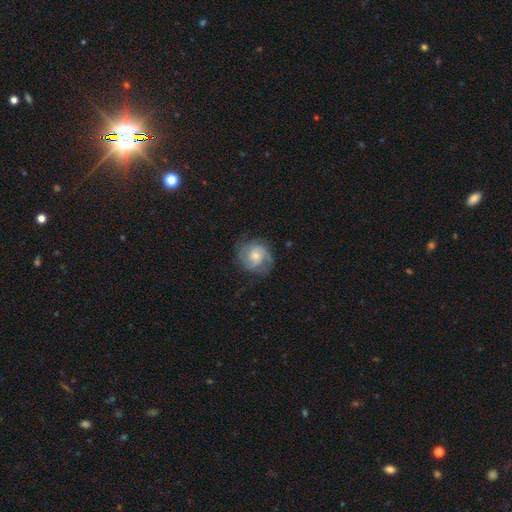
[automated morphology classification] Smooth or featured? featured or disk (58%)
Edge-on disk? no (97%)
Bar? no (65%)
Spiral arms? yes (85%)
Bulge size? moderate (52%)
Merging? none (66%)